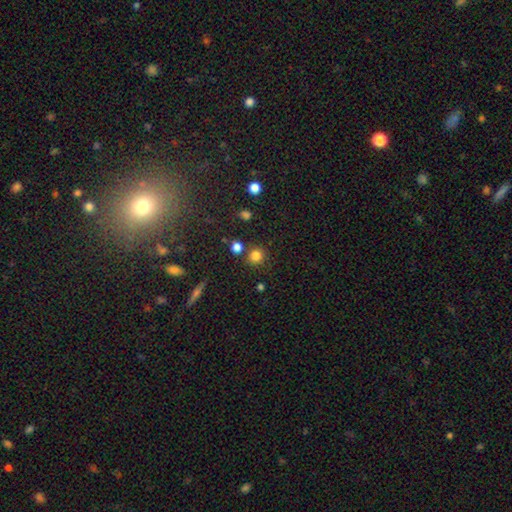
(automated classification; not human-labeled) Overall: smooth (81%). How rounded: round (92%). Merging: none (80%).